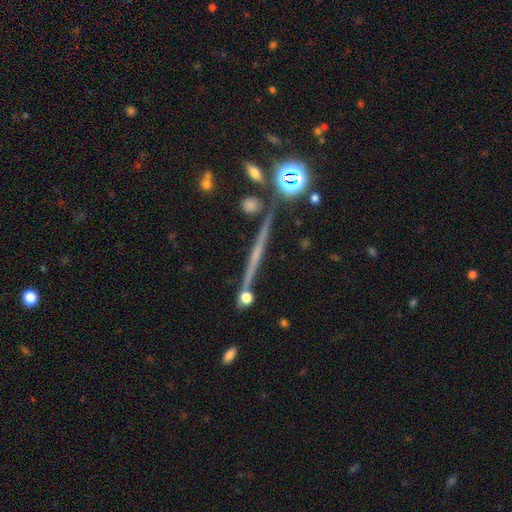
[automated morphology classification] A featured or disk galaxy (63%) viewed edge-on (96%) with no central bulge (62%). Merging: none (81%).